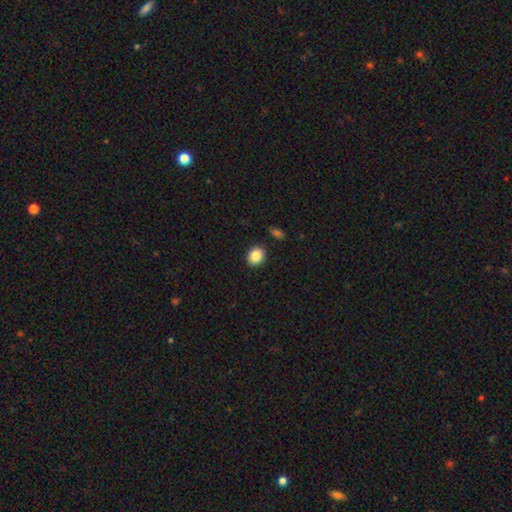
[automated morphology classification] The model was most divided on "how rounded": round: 58%, in between: 42%, cigar-shaped: 1%. More confident: merging — none (90%); smooth or featured — smooth (86%).